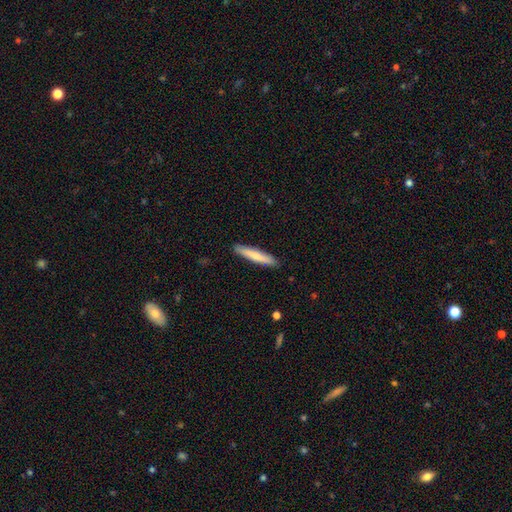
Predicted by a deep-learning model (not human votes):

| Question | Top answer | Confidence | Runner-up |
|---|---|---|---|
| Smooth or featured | smooth | 73% | featured or disk (22%) |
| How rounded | cigar-shaped | 92% | in between (6%) |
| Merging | none | 90% | minor disturbance (7%) |